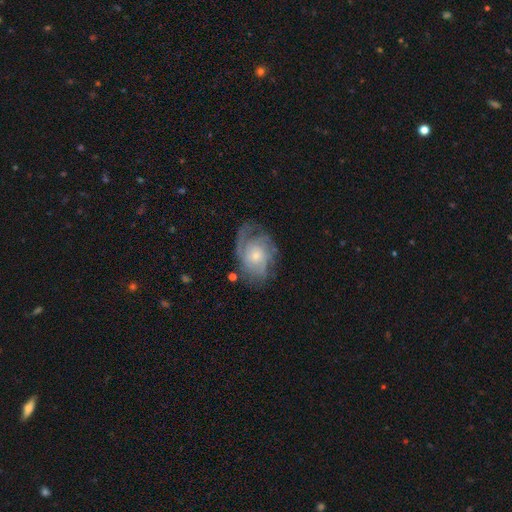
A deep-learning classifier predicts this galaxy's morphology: Q: Smooth or featured?
A: featured or disk (76%); runner-up: smooth (18%)
Q: Edge-on disk?
A: no (97%); runner-up: yes (3%)
Q: Bar?
A: no (77%); runner-up: weak (20%)
Q: Spiral arms?
A: yes (90%); runner-up: no (10%)
Q: Spiral winding?
A: tight (47%); runner-up: medium (37%)
Q: Spiral arm count?
A: can't tell (39%); runner-up: 2 (23%)
Q: Bulge size?
A: small (65%); runner-up: moderate (28%)
Q: Merging?
A: none (58%); runner-up: minor disturbance (22%)